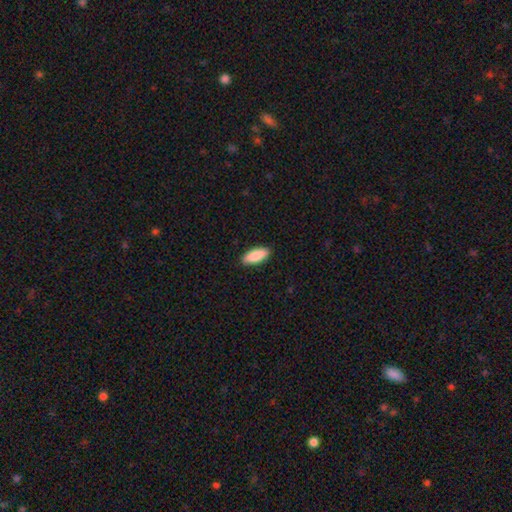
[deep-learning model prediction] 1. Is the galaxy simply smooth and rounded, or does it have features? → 88% smooth, 7% featured or disk, 5% star or artifact.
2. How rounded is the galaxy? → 77% in between, 21% cigar-shaped, 2% round.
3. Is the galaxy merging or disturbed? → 90% none, 7% minor disturbance, 2% major disturbance, 1% merger.